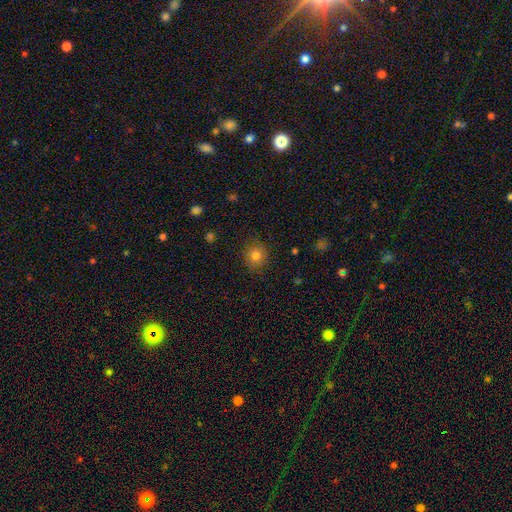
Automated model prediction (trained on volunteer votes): A smooth galaxy with no disk features (80%) that is round (85%). Merging: none (84%).